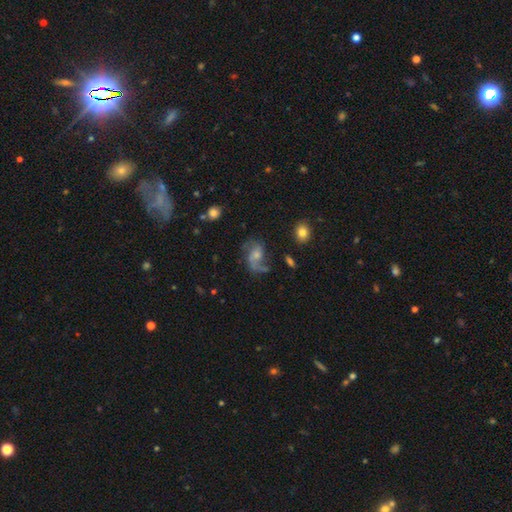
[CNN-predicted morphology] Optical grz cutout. It shows a featured or disk galaxy (72%) with no bar (60%), 2 (65%) loose (60%) spiral arms (91%) and a small central bulge (45%). Merging: none (47%).